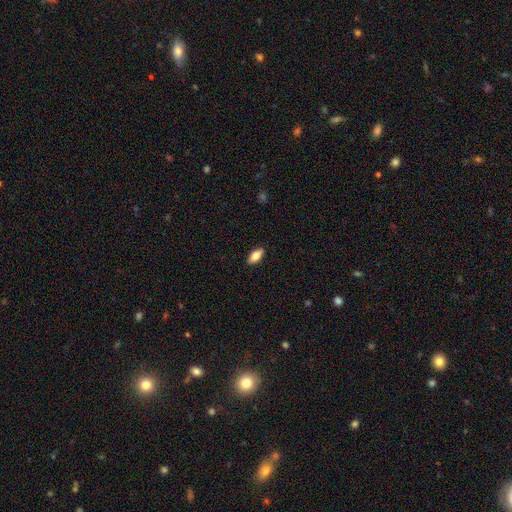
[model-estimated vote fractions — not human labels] This is clearly a smooth galaxy (80%). How rounded: clearly in between (87%). Merging: clearly none (89%).